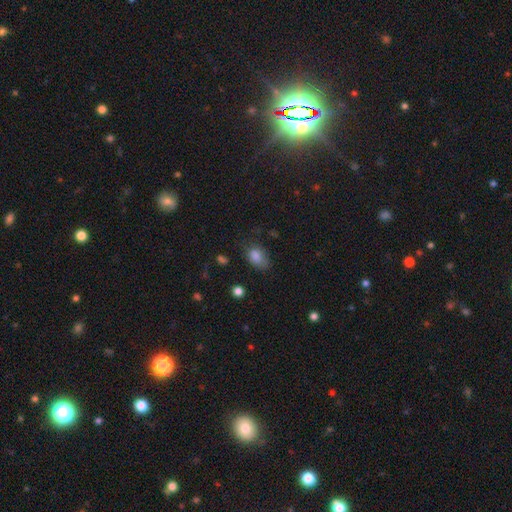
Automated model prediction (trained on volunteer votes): smooth-or-featured: smooth: 82% | star or artifact: 10% | featured or disk: 8%
  how-rounded: in between: 80% | round: 19% | cigar-shaped: 1%
  merging: none: 52% | minor disturbance: 32% | major disturbance: 14% | merger: 2%